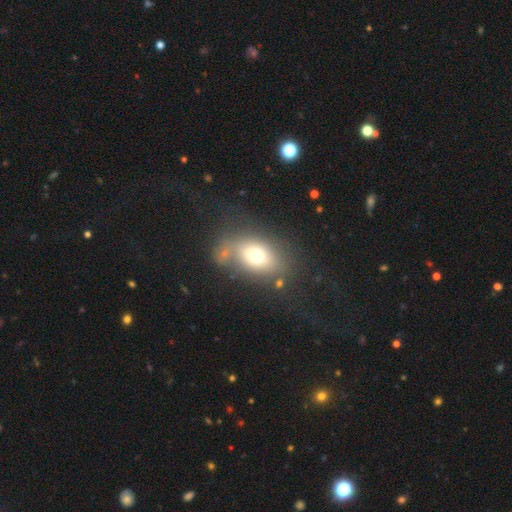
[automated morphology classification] This is likely a smooth galaxy (69%). How rounded: likely in between (74%). Merging: possibly none (57%).